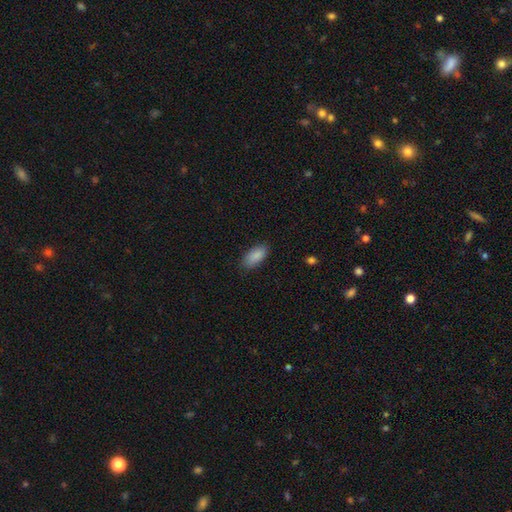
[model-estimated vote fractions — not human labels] This appears to be a smooth galaxy with no disk features (89%) that is in between round and cigar-shaped (90%). Merging: none (84%).